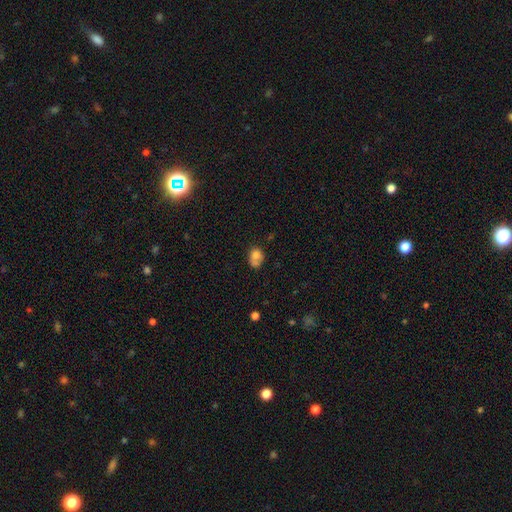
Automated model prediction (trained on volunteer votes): smooth 71%, featured or disk 18%, star or artifact 11%. Down the decision tree: how rounded — round (50%); merging — none (37%).